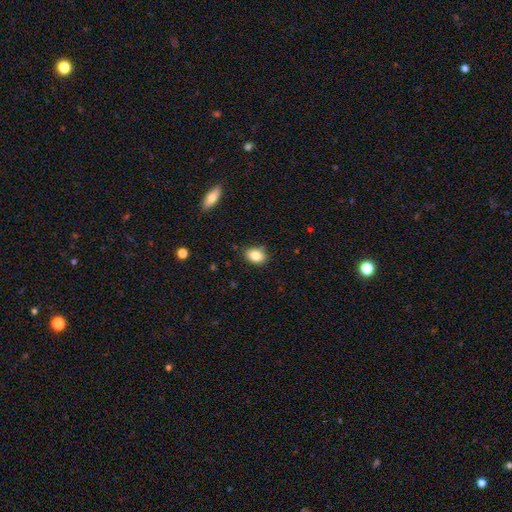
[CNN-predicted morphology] smooth_or_featured: smooth (p=0.83) [alt: star or artifact p=0.09]
how_rounded: in between (p=0.73) [alt: round p=0.26]
merging: none (p=0.82) [alt: minor disturbance p=0.14]